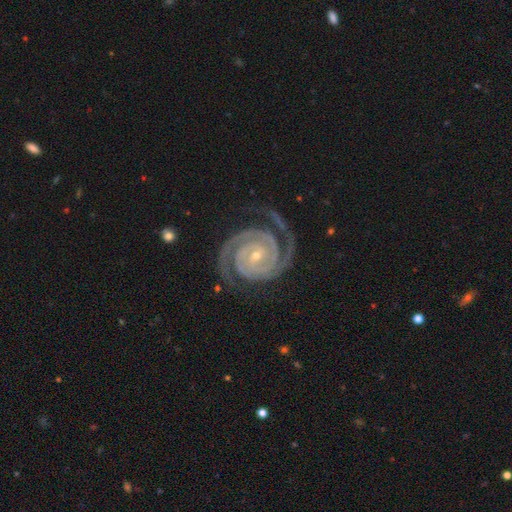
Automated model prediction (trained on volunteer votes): This is clearly a featured or disk galaxy (94%). It is clearly not viewed edge-on (98%). Bar: possibly no (53%). Spiral arm pattern: clearly yes (99%). Spiral arm count: clearly 2 (86%). Spiral winding: clearly tight (84%). Central bulge: likely small (71%). Merging: clearly none (80%).